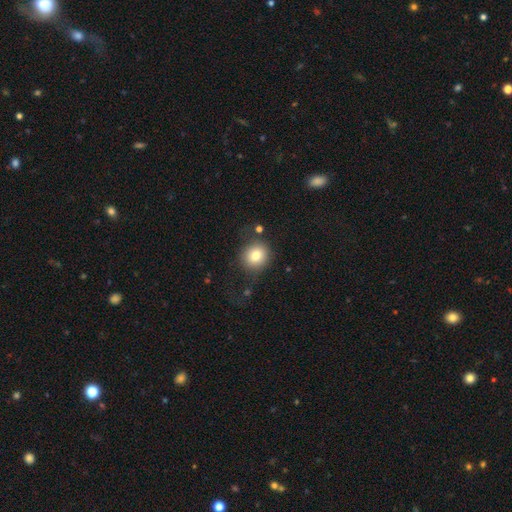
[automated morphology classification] smooth_or_featured: smooth (p=0.78) [alt: featured or disk p=0.11]
how_rounded: round (p=0.84) [alt: in between p=0.15]
merging: none (p=0.75) [alt: minor disturbance p=0.14]